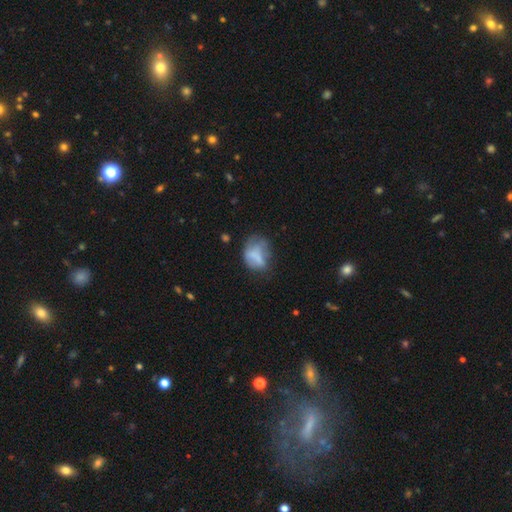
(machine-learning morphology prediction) smooth 59%, featured or disk 30%, star or artifact 11%. Down the decision tree: how rounded — in between (60%); merging — none (36%).